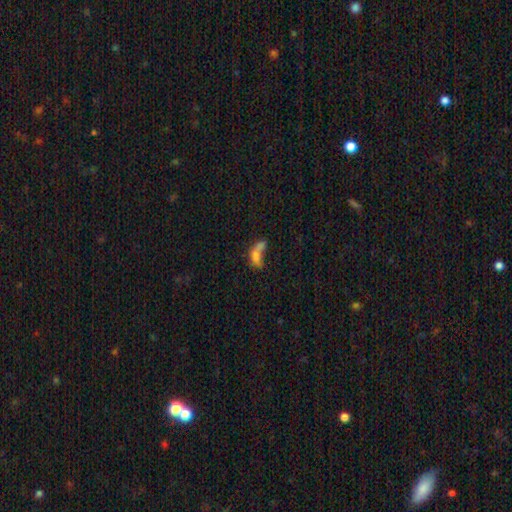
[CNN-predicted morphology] This appears to be a smooth galaxy with no disk features (64%) that is in between round and cigar-shaped (77%). Merging: merger (60%).